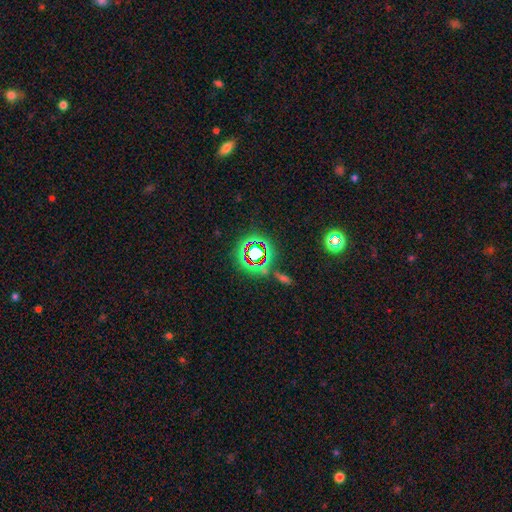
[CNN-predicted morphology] smooth-or-featured: star or artifact: 70% | smooth: 19% | featured or disk: 11%